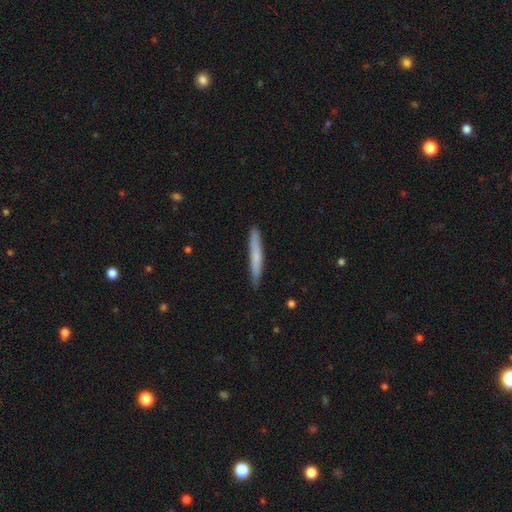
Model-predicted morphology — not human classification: This appears to be a smooth galaxy with no disk features (68%) that is cigar-shaped (96%). Merging: none (88%).